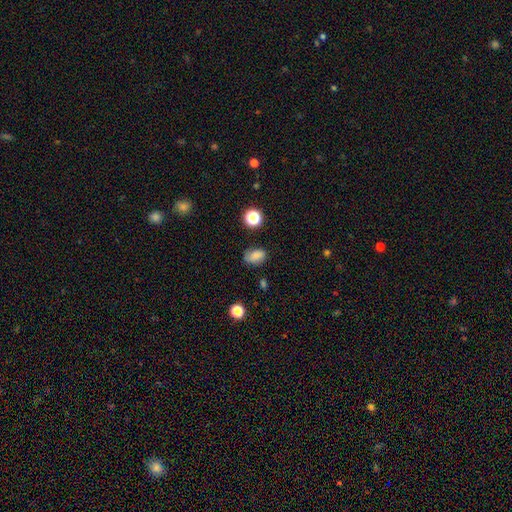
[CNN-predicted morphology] Smooth or featured? smooth (75%)
How rounded? in between (77%)
Merging? none (64%)